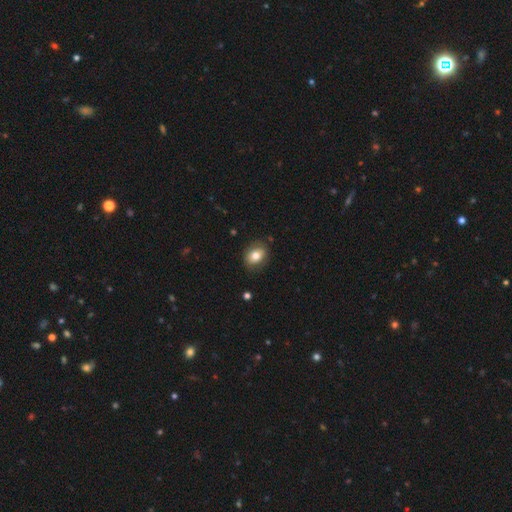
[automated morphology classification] type=smooth (76%); roundness=in between (59%); merging=none (83%).